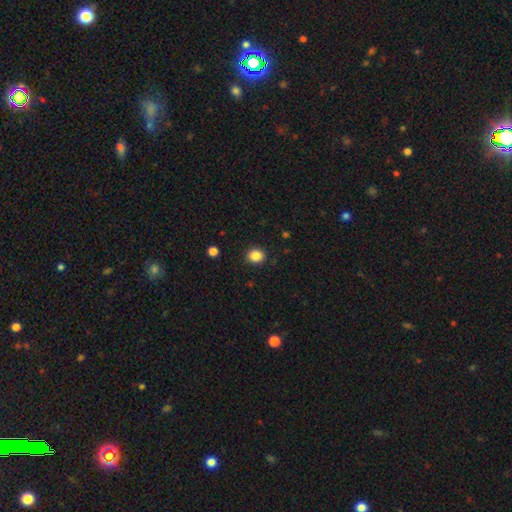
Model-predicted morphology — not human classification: This appears to be a smooth galaxy with no disk features (86%) that is round (76%). Merging: none (90%).